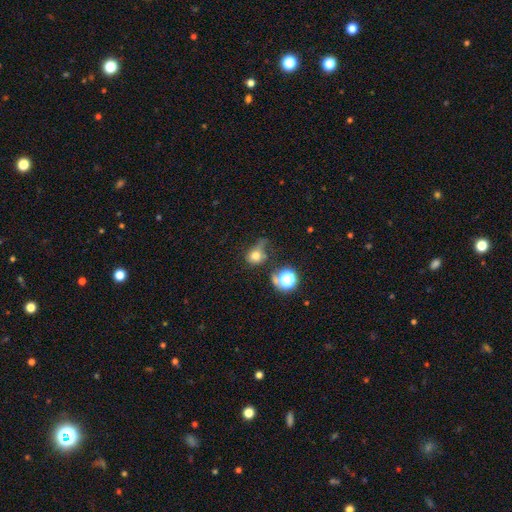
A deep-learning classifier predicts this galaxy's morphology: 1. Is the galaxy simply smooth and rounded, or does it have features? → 68% smooth, 17% star or artifact, 15% featured or disk.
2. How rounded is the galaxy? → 70% round, 28% in between, 1% cigar-shaped.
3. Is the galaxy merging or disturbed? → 34% none, 27% minor disturbance, 27% major disturbance, 12% merger.